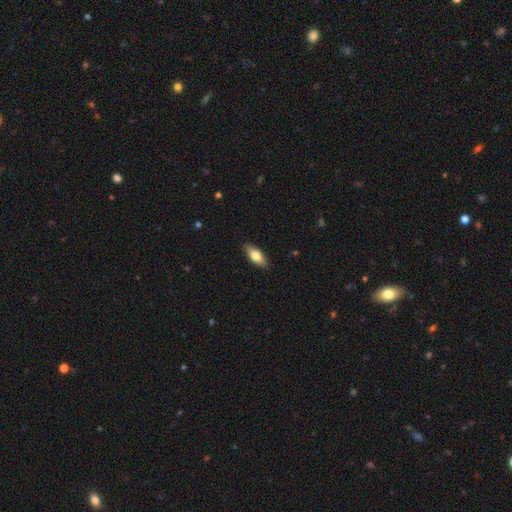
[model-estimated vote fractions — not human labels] The model was most divided on "smooth or featured": smooth: 74%, featured or disk: 20%, star or artifact: 6%. More confident: merging — none (89%); how rounded — in between (80%).